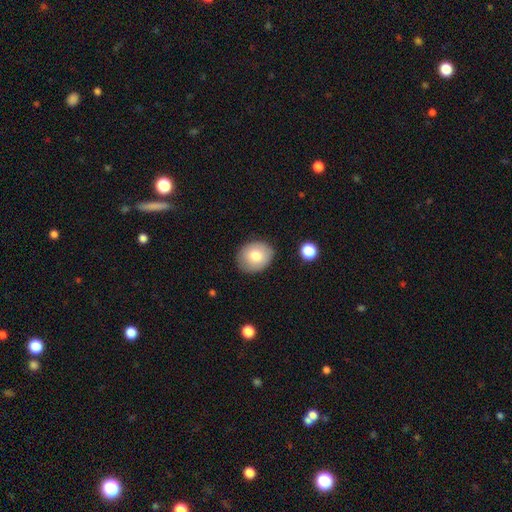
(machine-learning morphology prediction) A smooth galaxy with no disk features (78%) that is round (55%).

Vote fractions:
- Smooth or featured? smooth: 78% / featured or disk: 14% / star or artifact: 8%
- How rounded? round: 55% / in between: 44% / cigar-shaped: 1%
- Merging? none: 84% / minor disturbance: 11% / major disturbance: 2% / merger: 2%